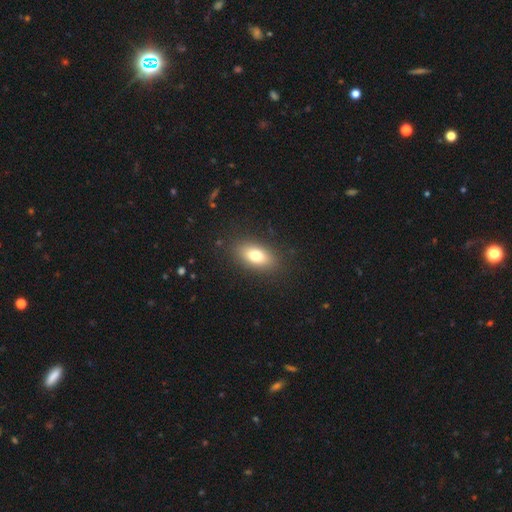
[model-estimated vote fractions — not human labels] The model was most divided on "smooth or featured": smooth: 77%, featured or disk: 14%, star or artifact: 9%. More confident: merging — none (87%); how rounded — in between (86%).